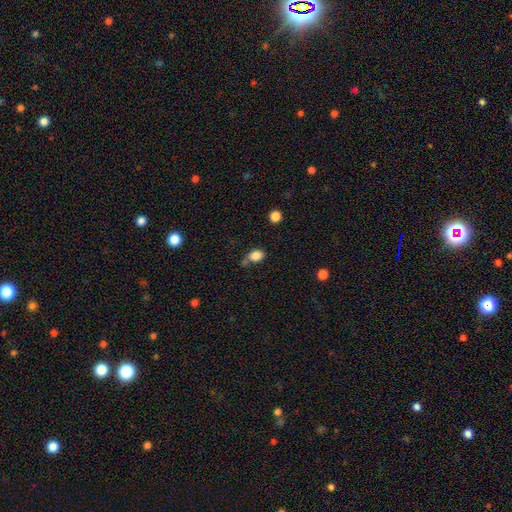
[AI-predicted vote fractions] smooth_or_featured: smooth (p=0.84) [alt: star or artifact p=0.10]
how_rounded: in between (p=0.70) [alt: round p=0.29]
merging: none (p=0.56) [alt: minor disturbance p=0.23]